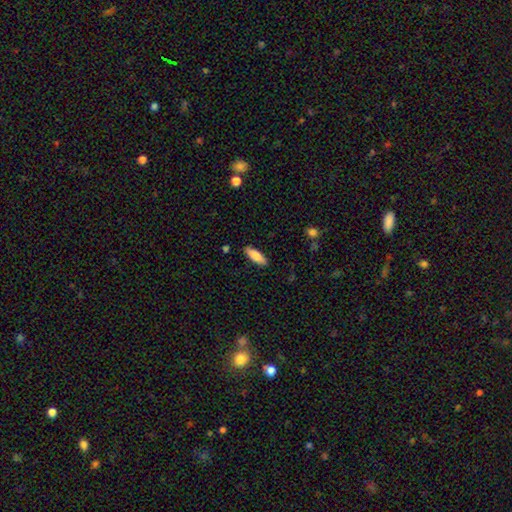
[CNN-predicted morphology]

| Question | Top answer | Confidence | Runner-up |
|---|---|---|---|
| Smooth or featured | smooth | 84% | featured or disk (10%) |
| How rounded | in between | 57% | cigar-shaped (41%) |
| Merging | none | 87% | minor disturbance (9%) |